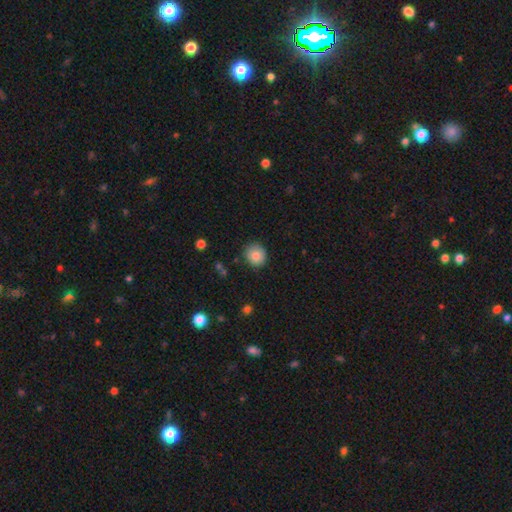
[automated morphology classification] This appears to be a smooth galaxy with no disk features (83%) that is round (85%). Merging: none (86%).